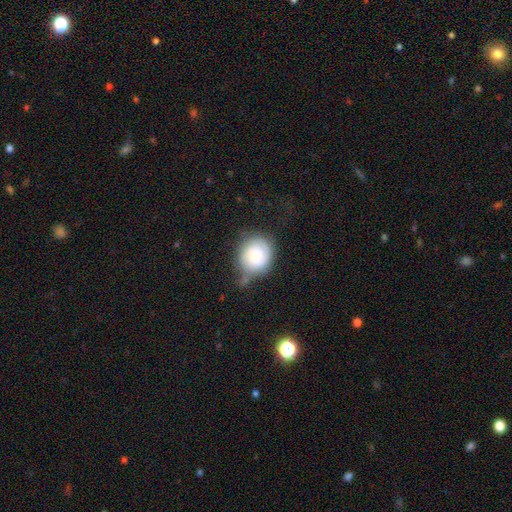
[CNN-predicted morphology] smooth_or_featured: smooth (p=0.46) [alt: featured or disk p=0.45]
merging: none (p=0.46) [alt: minor disturbance p=0.33]